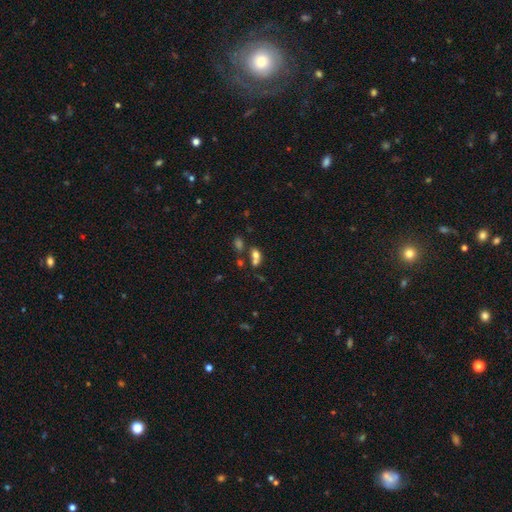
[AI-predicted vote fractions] A smooth galaxy with no disk features (67%) that is in between round and cigar-shaped (72%).

Vote fractions:
- Smooth or featured? smooth: 67% / featured or disk: 17% / star or artifact: 16%
- How rounded? in between: 72% / round: 24% / cigar-shaped: 4%
- Merging? merger: 46% / none: 36% / minor disturbance: 11% / major disturbance: 7%